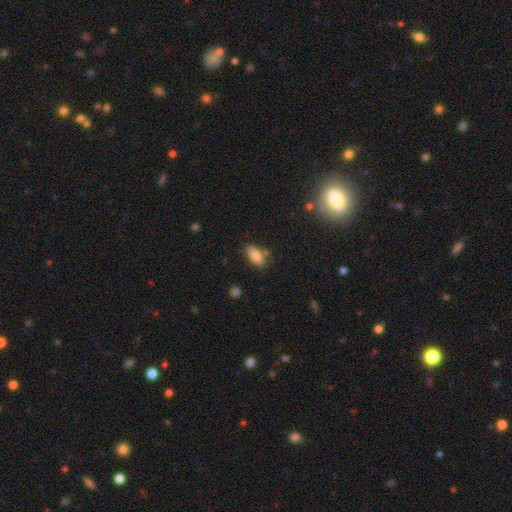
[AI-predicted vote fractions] smooth 84%, star or artifact 8%, featured or disk 8%. Down the decision tree: how rounded — in between (91%); merging — none (76%).